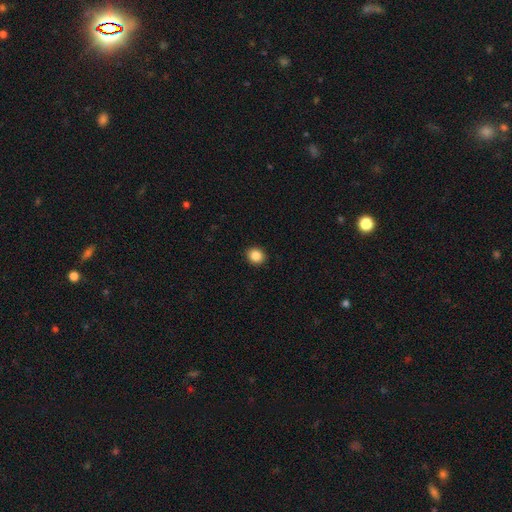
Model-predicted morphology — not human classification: type=smooth (87%); roundness=round (78%); merging=none (92%).